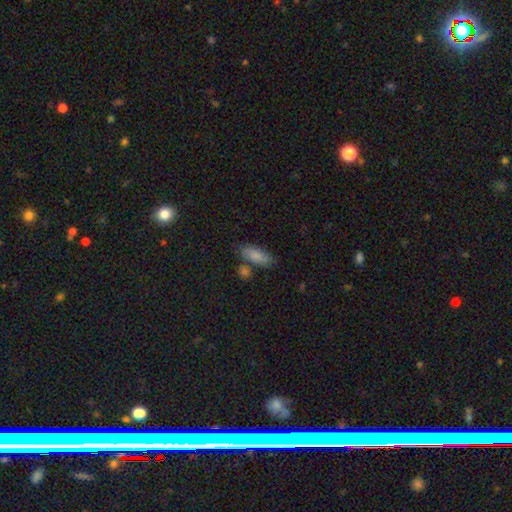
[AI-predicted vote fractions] Smooth or featured: smooth — 82% (featured or disk — 11%)
How rounded: in between — 74% (cigar-shaped — 23%)
Merging: none — 67% (minor disturbance — 16%)